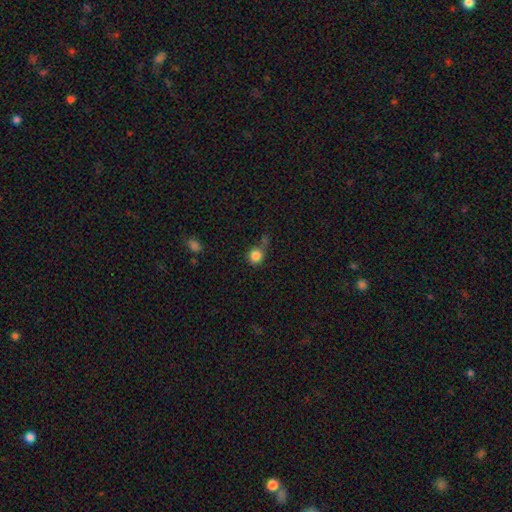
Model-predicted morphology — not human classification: smooth 84%, star or artifact 11%, featured or disk 5%. Down the decision tree: how rounded — round (90%); merging — none (56%).